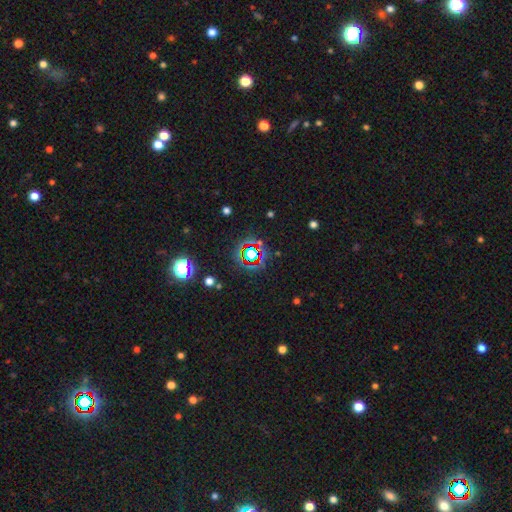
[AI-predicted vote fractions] A star or artifact, not a galaxy (71%).

Vote fractions:
- Smooth or featured? star or artifact: 71% / smooth: 18% / featured or disk: 11%